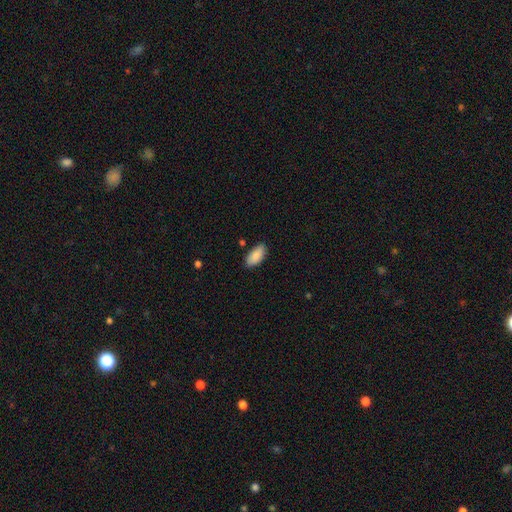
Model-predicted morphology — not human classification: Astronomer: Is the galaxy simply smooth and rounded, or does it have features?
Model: smooth — 88%.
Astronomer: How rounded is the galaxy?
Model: in between — 92%.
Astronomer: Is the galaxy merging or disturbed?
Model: none — 83%.